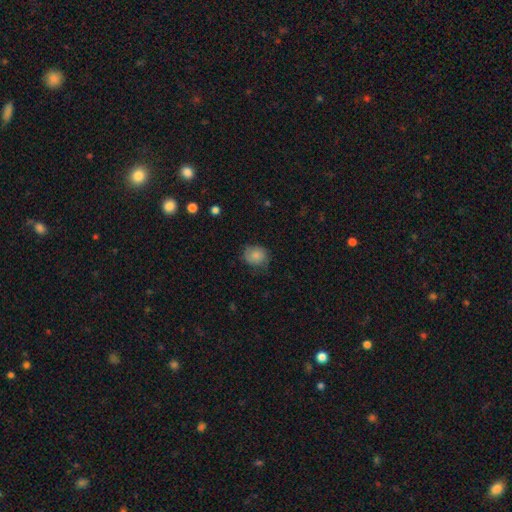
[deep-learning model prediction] This appears to be a smooth galaxy with no disk features (81%) that is round (70%). Merging: none (67%).